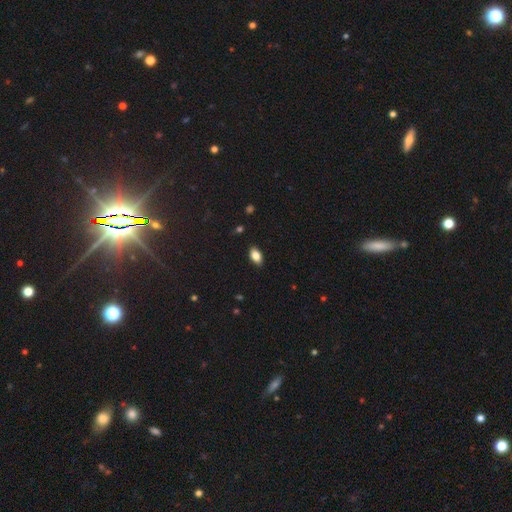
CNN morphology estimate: type=smooth (83%); roundness=in between (91%); merging=none (87%).